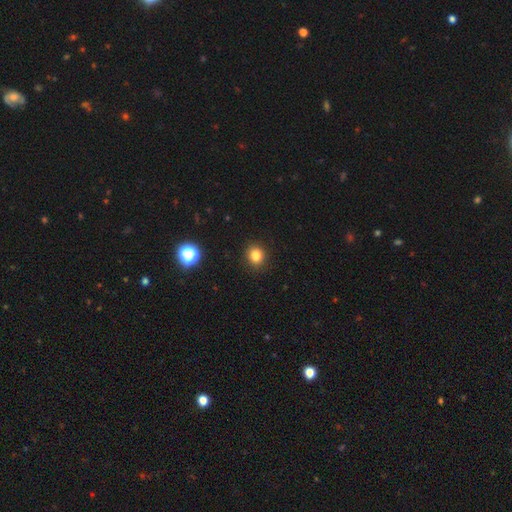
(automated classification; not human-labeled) This is clearly a smooth galaxy (82%). How rounded: clearly round (82%). Merging: clearly none (90%).